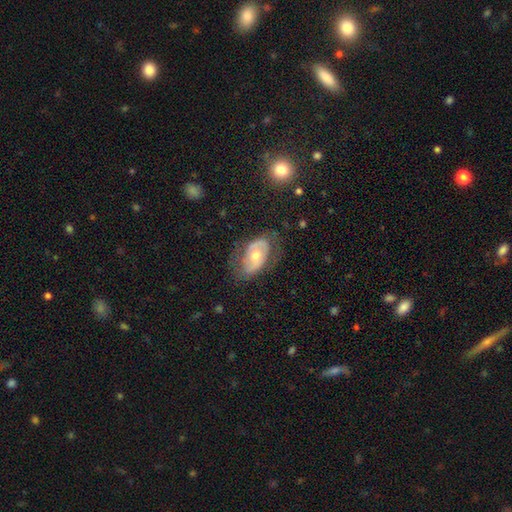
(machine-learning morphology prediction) featured or disk 64%, smooth 30%, star or artifact 6%. Down the decision tree: edge-on disk — no (93%); bar — no (65%); spiral arms — yes (60%); bulge size — moderate (66%); merging — none (62%).